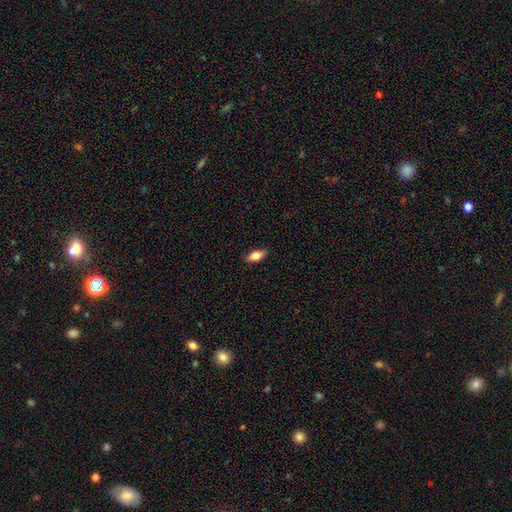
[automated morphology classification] Smooth or featured? smooth (82%)
How rounded? in between (89%)
Merging? none (86%)